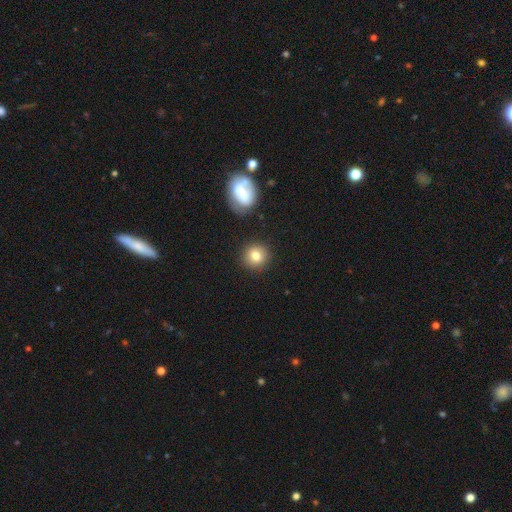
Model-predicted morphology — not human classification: type=smooth (80%); roundness=round (90%); merging=none (87%).